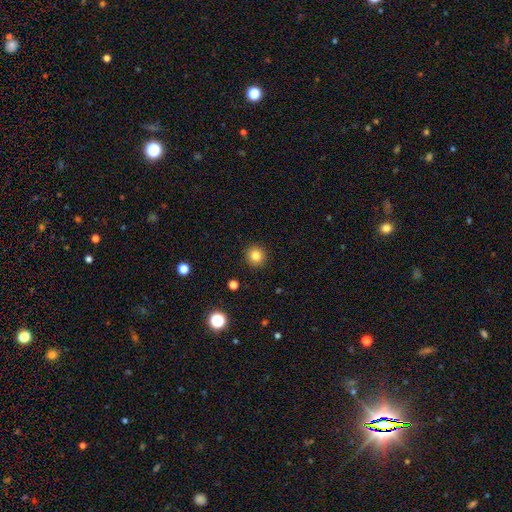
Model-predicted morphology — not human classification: This is clearly a smooth galaxy (82%). How rounded: clearly round (94%). Merging: clearly none (92%).